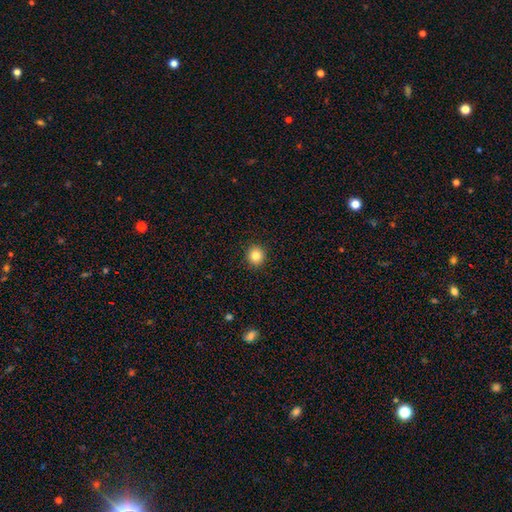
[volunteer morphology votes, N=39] This appears to be a smooth galaxy with no disk features (87%) that is round (79%). Merging: none (97%).